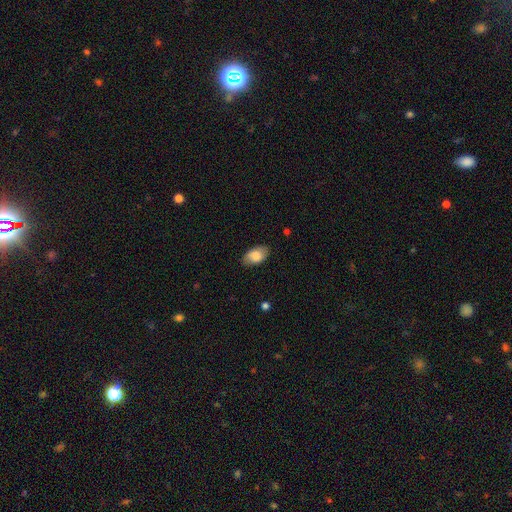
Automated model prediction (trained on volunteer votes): Smooth or featured? smooth (82%)
How rounded? in between (93%)
Merging? none (81%)